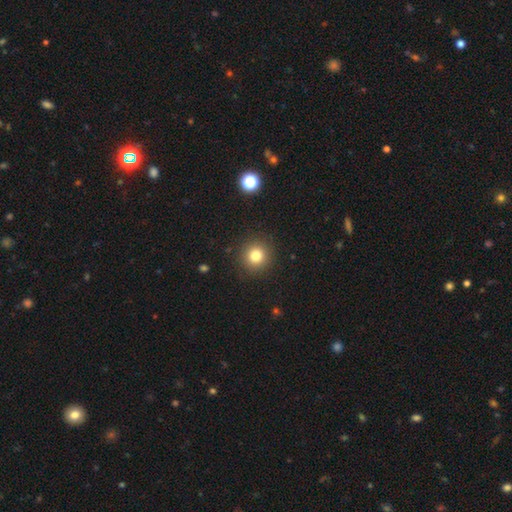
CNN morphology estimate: Smooth or featured?
  - smooth: 80% *
  - star or artifact: 13%
  - featured or disk: 7%
How rounded?
  - round: 94% *
  - in between: 5%
  - cigar-shaped: 1%
Merging?
  - none: 91% *
  - minor disturbance: 6%
  - major disturbance: 2%
  - merger: 1%